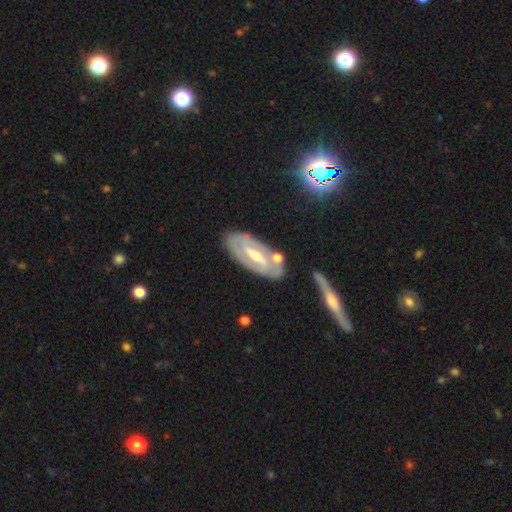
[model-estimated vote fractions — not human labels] This is likely a featured or disk galaxy (79%). It is clearly not viewed edge-on (90%). Bar: marginally strong (43%). Spiral arm pattern: clearly yes (83%). Spiral arm count: likely 2 (69%). Spiral winding: possibly tight (51%). Central bulge: possibly moderate (57%). Merging: likely none (73%).